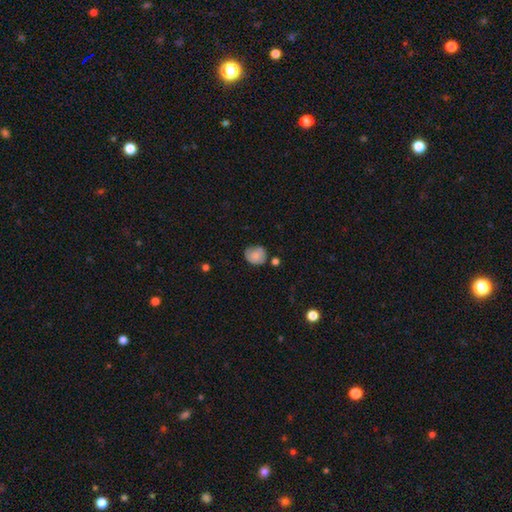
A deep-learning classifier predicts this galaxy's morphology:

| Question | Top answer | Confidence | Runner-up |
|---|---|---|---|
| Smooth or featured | smooth | 77% | featured or disk (15%) |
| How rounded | round | 73% | in between (26%) |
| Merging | none | 61% | minor disturbance (28%) |